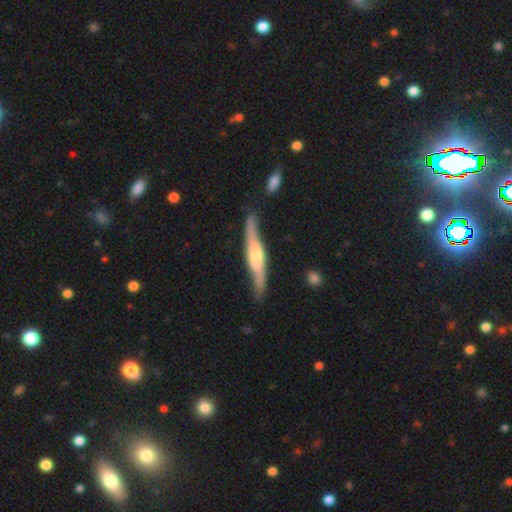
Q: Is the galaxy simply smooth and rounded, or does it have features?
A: featured or disk — 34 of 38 (89%).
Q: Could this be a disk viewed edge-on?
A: yes — 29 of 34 (85%).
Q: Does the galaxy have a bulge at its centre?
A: rounded — 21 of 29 (72%).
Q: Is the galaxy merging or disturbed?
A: none — 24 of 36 (67%).